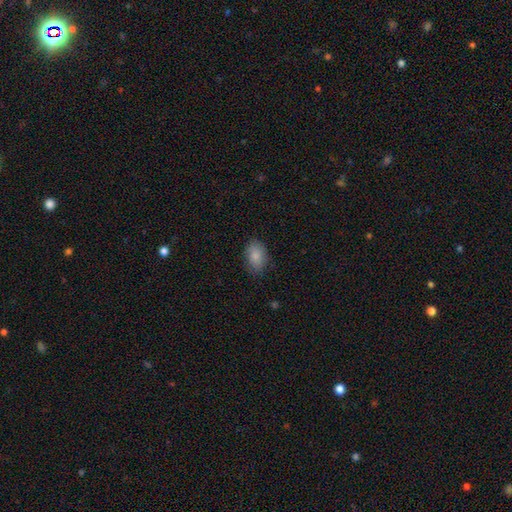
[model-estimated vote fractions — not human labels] The model was most divided on "merging": none: 80%, minor disturbance: 15%, major disturbance: 3%, merger: 1%. More confident: how rounded — in between (87%); smooth or featured — smooth (85%).